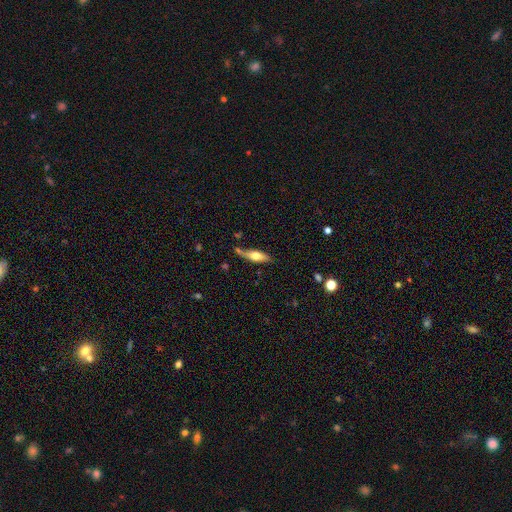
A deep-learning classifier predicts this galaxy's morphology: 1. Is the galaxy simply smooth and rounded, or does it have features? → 53% smooth, 41% featured or disk, 6% star or artifact.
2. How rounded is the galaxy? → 50% cigar-shaped, 47% in between, 3% round.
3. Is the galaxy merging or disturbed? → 65% none, 21% minor disturbance, 8% merger, 5% major disturbance.